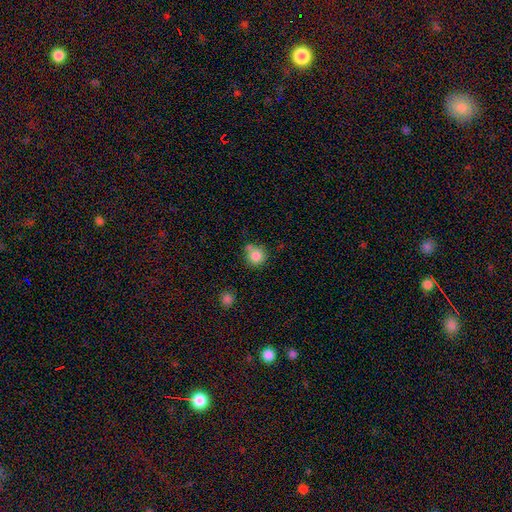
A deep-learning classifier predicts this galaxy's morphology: This appears to be a smooth galaxy with no disk features (83%) that is round (89%). Merging: none (59%).